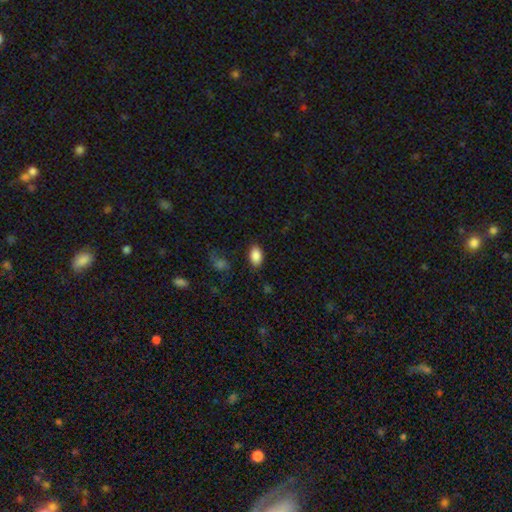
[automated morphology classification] This appears to be a smooth galaxy with no disk features (88%) that is in between round and cigar-shaped (91%). Merging: none (84%).